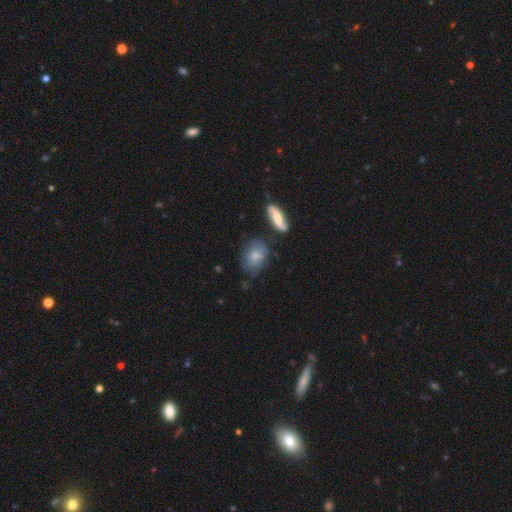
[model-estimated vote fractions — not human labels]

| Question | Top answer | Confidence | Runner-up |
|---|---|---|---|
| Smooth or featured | smooth | 68% | featured or disk (24%) |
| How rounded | in between | 71% | round (27%) |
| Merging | none | 59% | minor disturbance (25%) |